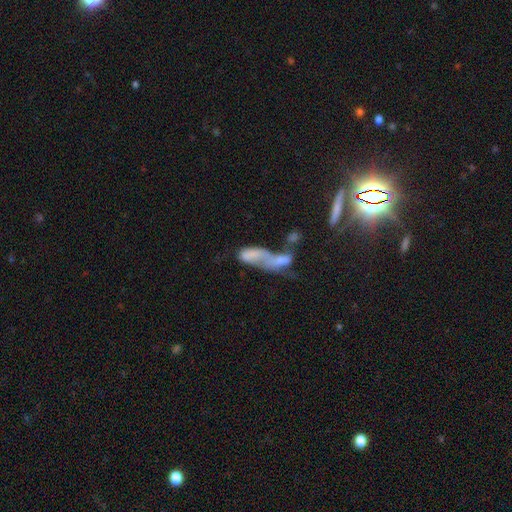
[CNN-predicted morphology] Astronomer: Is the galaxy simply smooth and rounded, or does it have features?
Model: smooth — 43% (runner-up: featured or disk, 41%).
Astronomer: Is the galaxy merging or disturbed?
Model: merger — 62%.